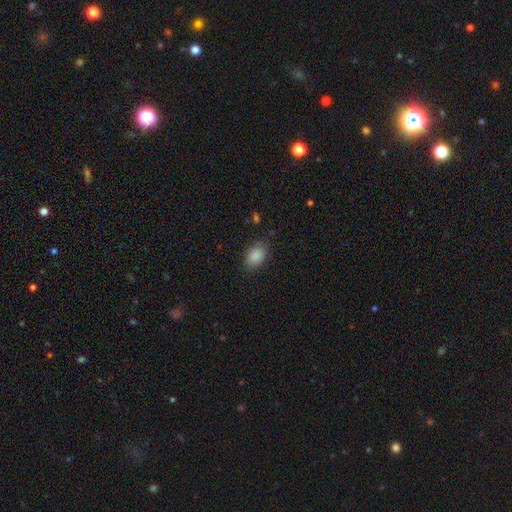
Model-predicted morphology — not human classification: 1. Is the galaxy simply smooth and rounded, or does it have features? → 88% smooth, 8% star or artifact, 4% featured or disk.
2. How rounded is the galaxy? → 84% in between, 15% round, 1% cigar-shaped.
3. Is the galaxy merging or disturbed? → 82% none, 13% minor disturbance, 4% major disturbance, 1% merger.